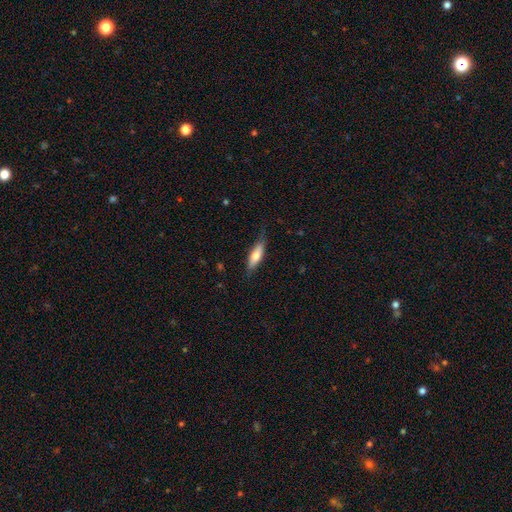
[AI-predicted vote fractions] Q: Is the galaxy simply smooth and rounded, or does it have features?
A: smooth — 65%.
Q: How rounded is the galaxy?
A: cigar-shaped — 49%.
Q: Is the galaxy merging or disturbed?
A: none — 72%.